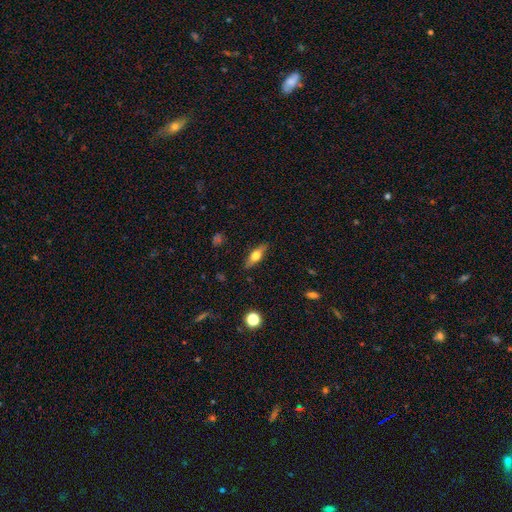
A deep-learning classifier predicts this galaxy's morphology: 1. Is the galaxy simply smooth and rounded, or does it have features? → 55% smooth, 37% featured or disk, 7% star or artifact.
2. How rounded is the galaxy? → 55% in between, 41% cigar-shaped, 4% round.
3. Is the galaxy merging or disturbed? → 85% none, 11% minor disturbance, 2% major disturbance, 1% merger.